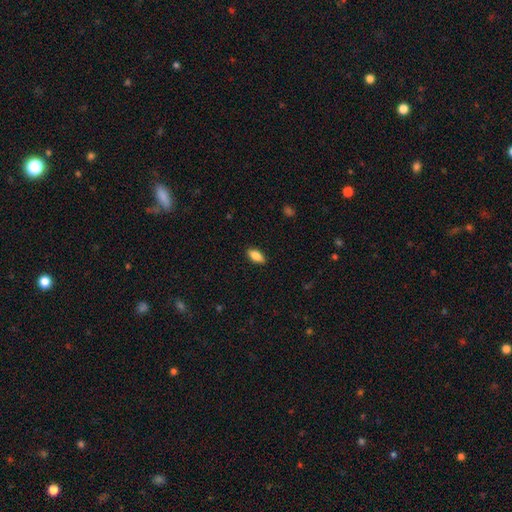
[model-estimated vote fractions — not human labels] A smooth galaxy with no disk features (82%) that is in between round and cigar-shaped (86%).

Vote fractions:
- Smooth or featured? smooth: 82% / featured or disk: 11% / star or artifact: 7%
- How rounded? in between: 86% / cigar-shaped: 12% / round: 3%
- Merging? none: 88% / minor disturbance: 9% / major disturbance: 2% / merger: 1%